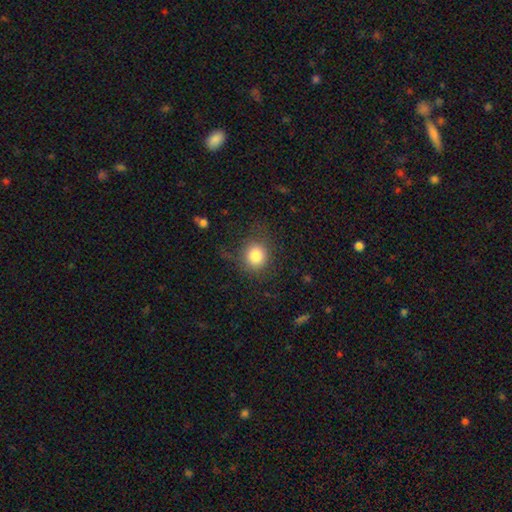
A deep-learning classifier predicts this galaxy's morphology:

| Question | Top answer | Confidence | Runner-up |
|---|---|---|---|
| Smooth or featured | smooth | 82% | star or artifact (10%) |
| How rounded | round | 84% | in between (15%) |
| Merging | none | 72% | minor disturbance (16%) |